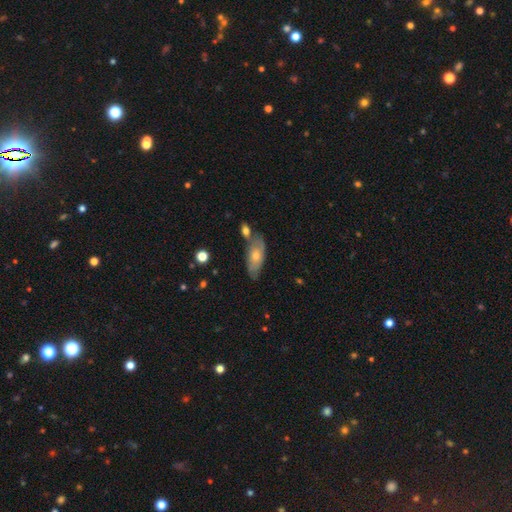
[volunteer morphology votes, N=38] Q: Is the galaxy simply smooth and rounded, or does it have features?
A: smooth — 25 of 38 (66%).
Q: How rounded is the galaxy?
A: in between — 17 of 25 (68%).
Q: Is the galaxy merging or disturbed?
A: none — 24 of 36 (67%).